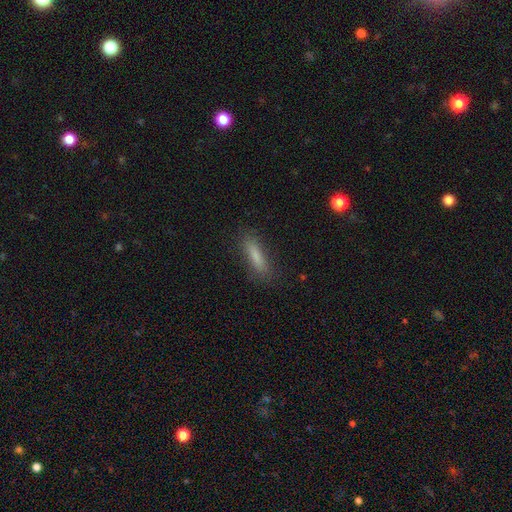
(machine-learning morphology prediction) smooth 76%, featured or disk 14%, star or artifact 10%. Down the decision tree: how rounded — cigar-shaped (74%); merging — none (83%).